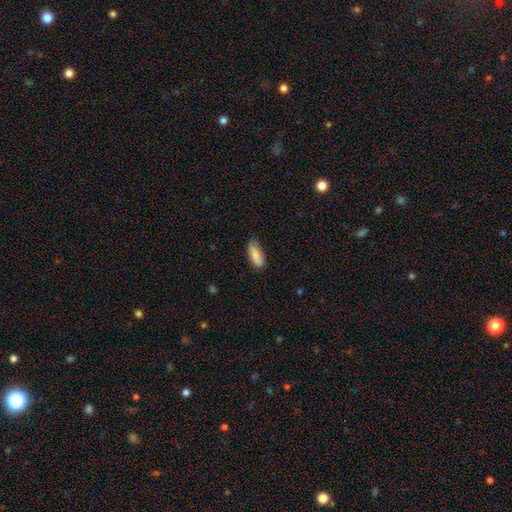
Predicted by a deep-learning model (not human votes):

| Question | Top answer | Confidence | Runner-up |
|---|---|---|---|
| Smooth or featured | smooth | 85% | featured or disk (8%) |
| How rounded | in between | 79% | cigar-shaped (20%) |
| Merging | none | 75% | minor disturbance (20%) |